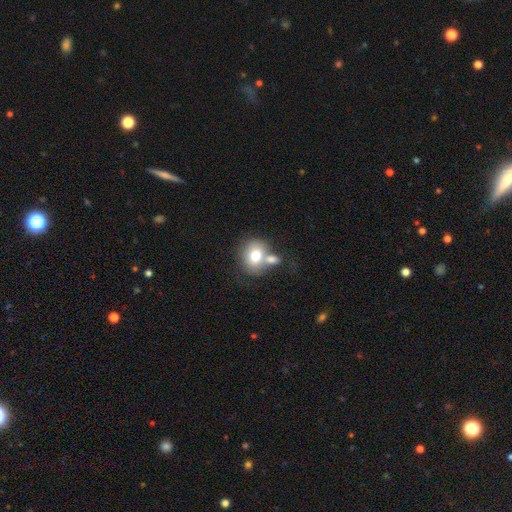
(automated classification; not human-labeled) Smooth or featured?
  - smooth: 72% *
  - featured or disk: 19%
  - star or artifact: 9%
How rounded?
  - round: 62% *
  - in between: 37%
  - cigar-shaped: 1%
Merging?
  - merger: 44% *
  - none: 39%
  - minor disturbance: 11%
  - major disturbance: 5%